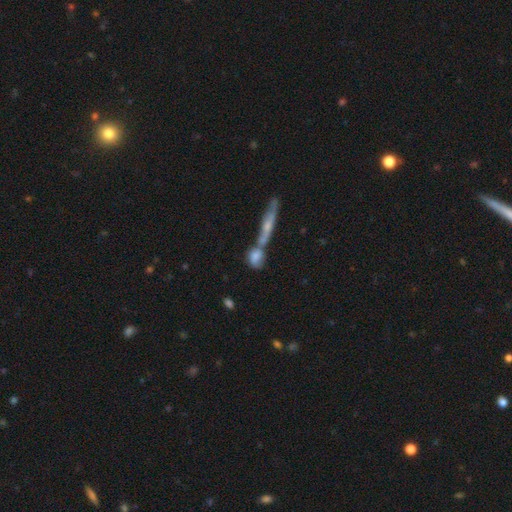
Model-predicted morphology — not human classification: smooth-or-featured: smooth: 60% | featured or disk: 30% | star or artifact: 10%
  how-rounded: cigar-shaped: 40% | in between: 33% | round: 28%
  merging: merger: 46% | none: 39% | minor disturbance: 10% | major disturbance: 5%